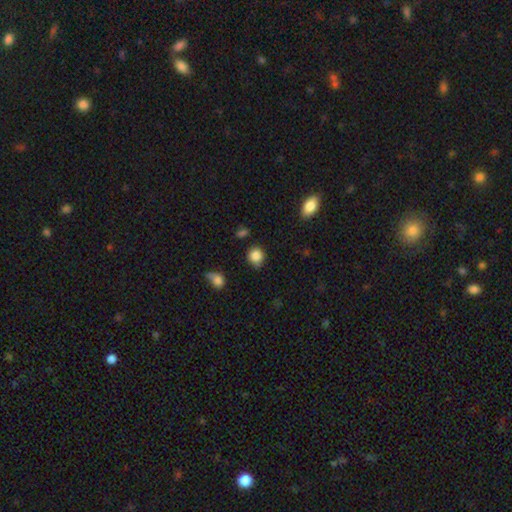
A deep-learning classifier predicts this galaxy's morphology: smooth_or_featured: smooth (p=0.86) [alt: star or artifact p=0.10]
how_rounded: round (p=0.83) [alt: in between p=0.16]
merging: none (p=0.75) [alt: minor disturbance p=0.17]